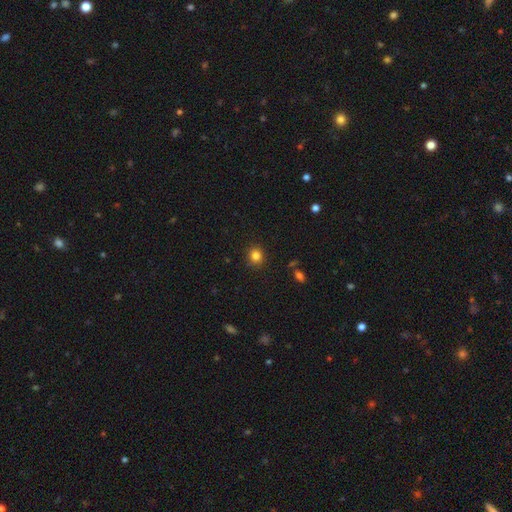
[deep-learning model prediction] A smooth galaxy with no disk features (83%) that is round (85%). Merging: none (90%).